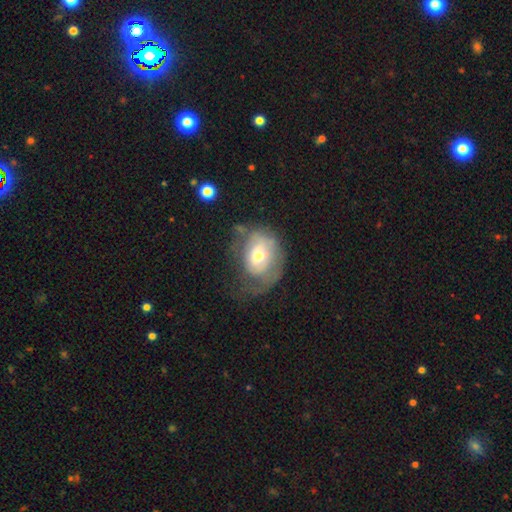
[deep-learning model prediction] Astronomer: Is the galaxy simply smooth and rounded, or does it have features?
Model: featured or disk — 50% (runner-up: smooth, 43%).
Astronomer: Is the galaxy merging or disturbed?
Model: none — 35% (runner-up: major disturbance, 34%).